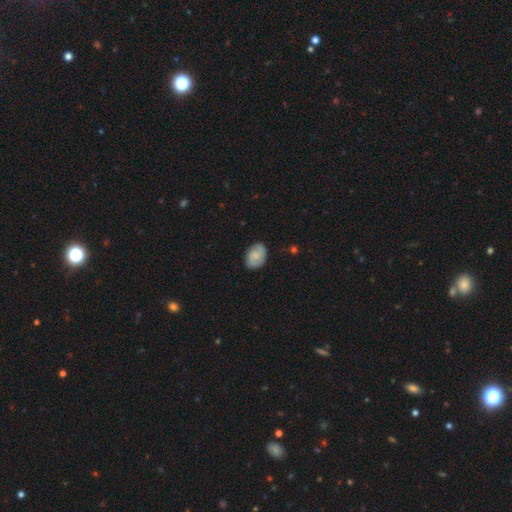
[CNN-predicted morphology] A smooth galaxy with no disk features (67%) that is in between round and cigar-shaped (75%). Merging: none (81%).